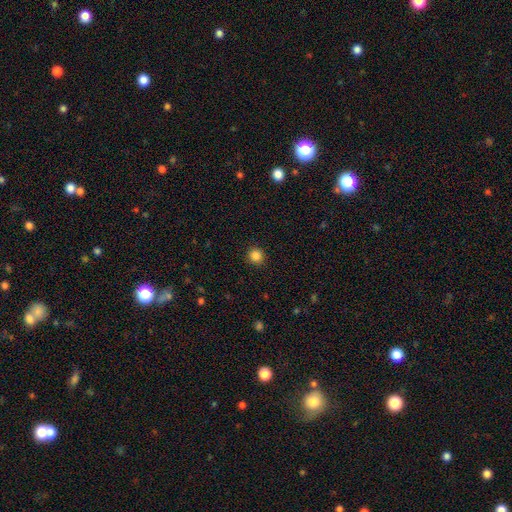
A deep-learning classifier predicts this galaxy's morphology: Smooth or featured: smooth — 86% (star or artifact — 11%)
How rounded: round — 92% (in between — 7%)
Merging: none — 92% (minor disturbance — 5%)